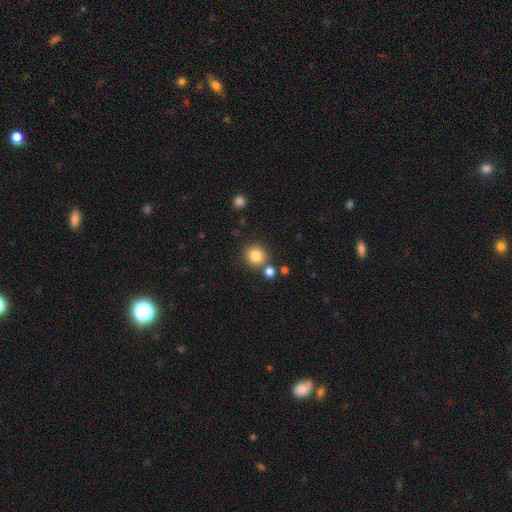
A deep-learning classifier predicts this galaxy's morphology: smooth-or-featured: smooth: 83% | star or artifact: 11% | featured or disk: 6%
  how-rounded: round: 90% | in between: 9% | cigar-shaped: 1%
  merging: none: 78% | merger: 11% | minor disturbance: 8% | major disturbance: 3%